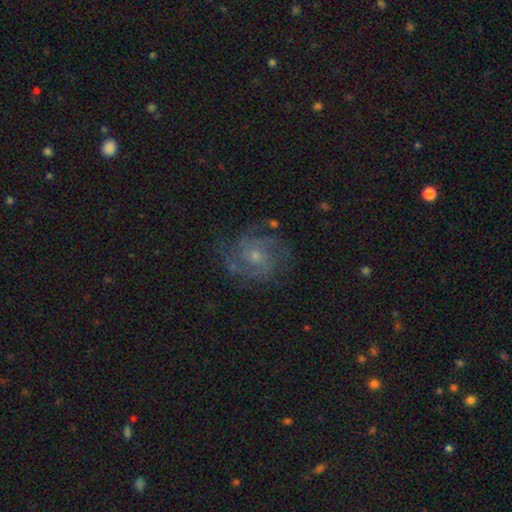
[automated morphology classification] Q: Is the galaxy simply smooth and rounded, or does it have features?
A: featured or disk — 81%.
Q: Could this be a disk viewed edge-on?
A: no — 98%.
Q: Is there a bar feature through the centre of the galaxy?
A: no — 65%.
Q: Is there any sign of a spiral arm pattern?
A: yes — 95%.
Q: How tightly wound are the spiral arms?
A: medium — 49%.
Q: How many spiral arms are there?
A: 3 — 33%.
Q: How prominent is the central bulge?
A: small — 64%.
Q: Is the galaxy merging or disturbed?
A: none — 73%.